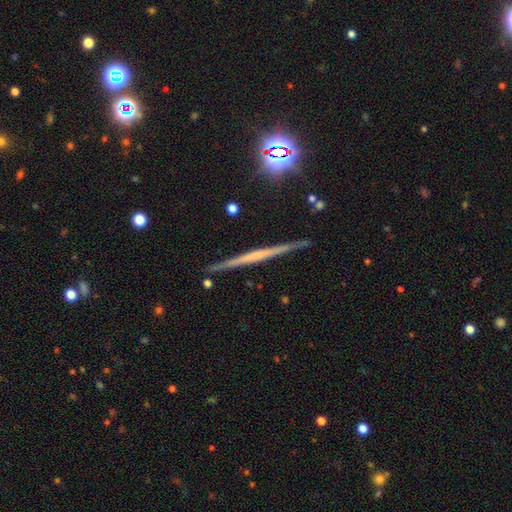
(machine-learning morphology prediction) This appears to be a featured or disk galaxy (67%) viewed edge-on (98%) with no central bulge (71%). Merging: none (90%).